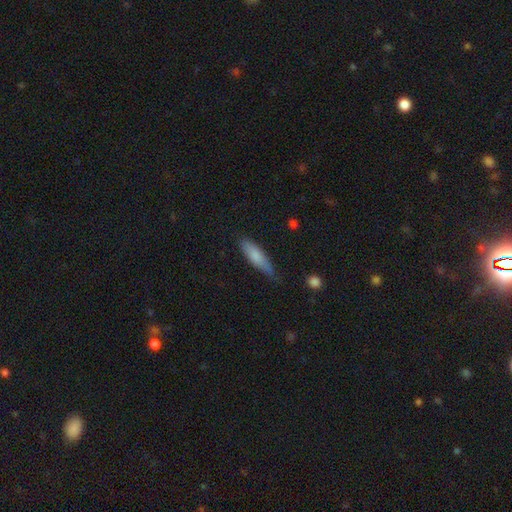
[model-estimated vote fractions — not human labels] This is likely a smooth galaxy (78%). How rounded: likely cigar-shaped (66%). Merging: likely none (67%).